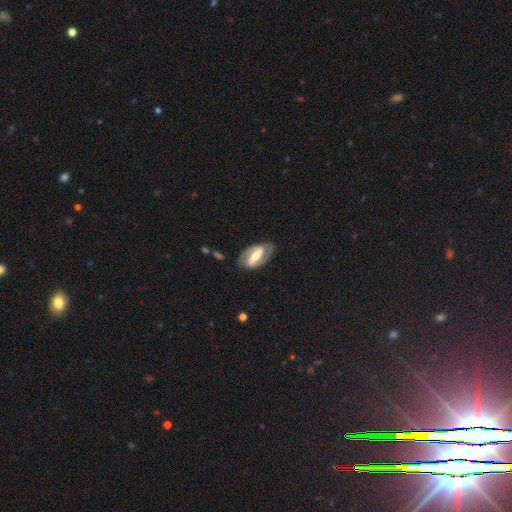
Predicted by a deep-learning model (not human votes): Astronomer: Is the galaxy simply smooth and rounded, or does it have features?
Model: featured or disk — 79%.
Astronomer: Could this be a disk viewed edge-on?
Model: no — 92%.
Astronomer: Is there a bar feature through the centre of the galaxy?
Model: strong — 70%.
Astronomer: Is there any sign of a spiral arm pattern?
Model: yes — 79%.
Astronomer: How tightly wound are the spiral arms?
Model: medium — 42% (runner-up: tight, 35%).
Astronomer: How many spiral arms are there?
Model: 2 — 87%.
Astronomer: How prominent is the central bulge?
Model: moderate — 55%.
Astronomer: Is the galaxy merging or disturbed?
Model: none — 81%.